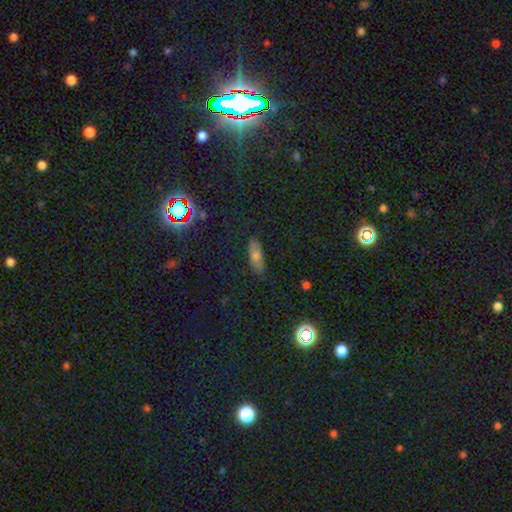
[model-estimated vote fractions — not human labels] Overall: smooth (61%). How rounded: in between (61%; cigar-shaped 34%). Merging: none (84%).